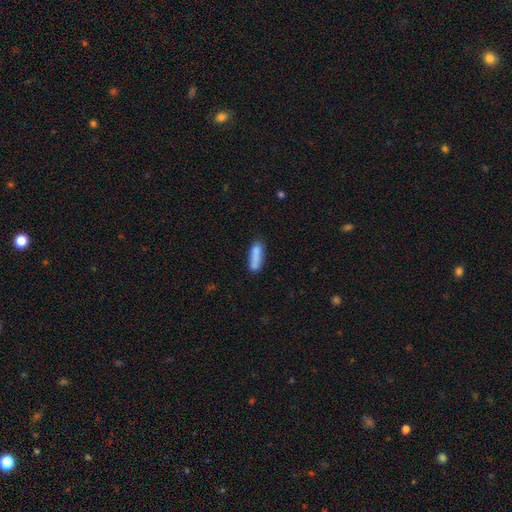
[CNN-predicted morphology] This is clearly a smooth galaxy (80%). How rounded: possibly cigar-shaped (56%). Merging: likely none (61%).